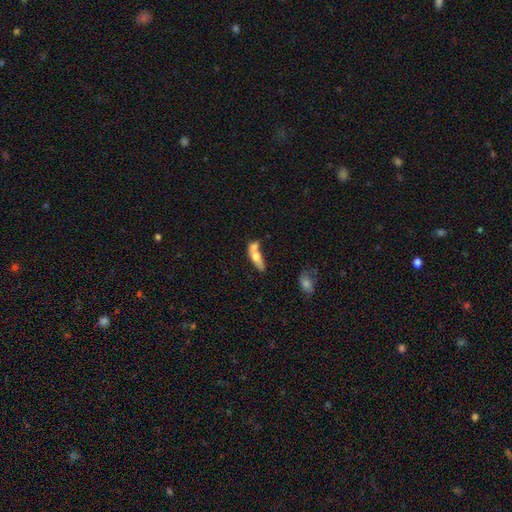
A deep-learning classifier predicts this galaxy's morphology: Smooth or featured: smooth — 58% (featured or disk — 35%)
How rounded: in between — 57% (cigar-shaped — 38%)
Merging: merger — 52% (none — 27%)